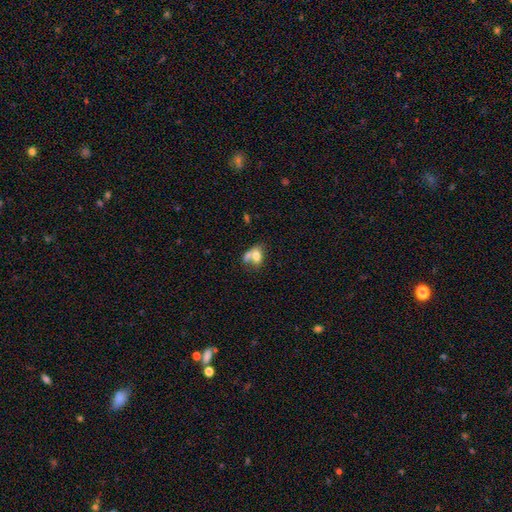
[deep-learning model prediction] smooth 72%, featured or disk 19%, star or artifact 9%. Down the decision tree: how rounded — in between (80%); merging — merger (52%).